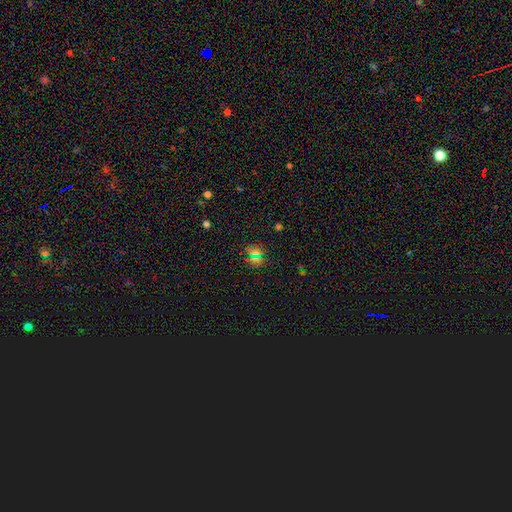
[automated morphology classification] This is possibly a smooth galaxy (51%). How rounded: likely round (73%). Merging: clearly none (81%).